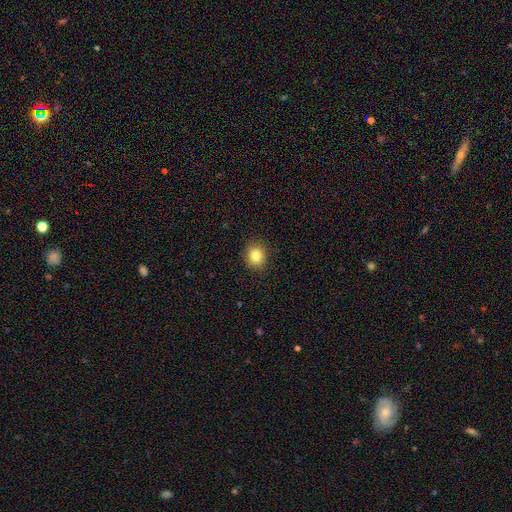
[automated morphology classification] Smooth or featured? smooth (83%)
How rounded? round (79%)
Merging? none (90%)